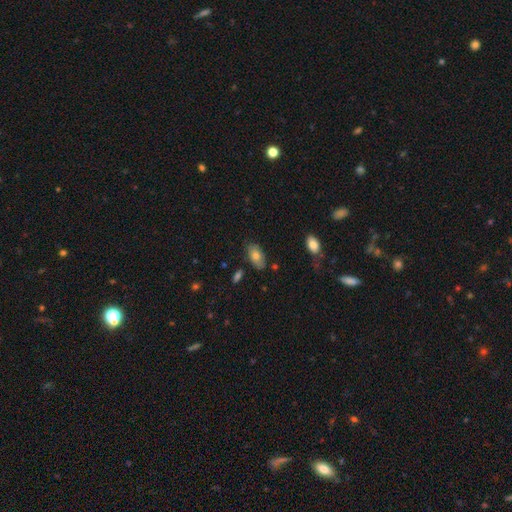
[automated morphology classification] type=smooth (73%); roundness=in between (92%); merging=none (78%).